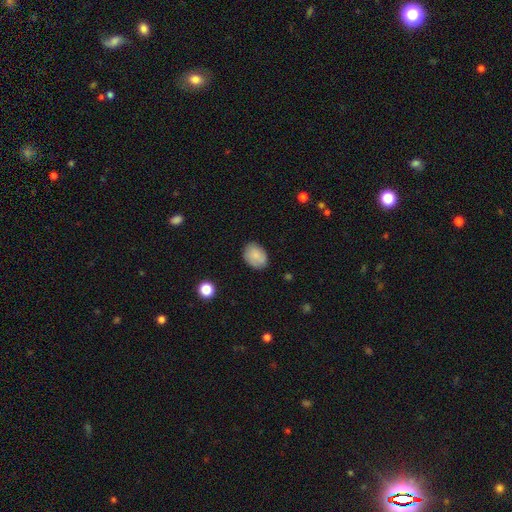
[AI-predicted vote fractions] smooth_or_featured: smooth (p=0.82) [alt: featured or disk p=0.10]
how_rounded: in between (p=0.70) [alt: round p=0.29]
merging: none (p=0.81) [alt: minor disturbance p=0.15]